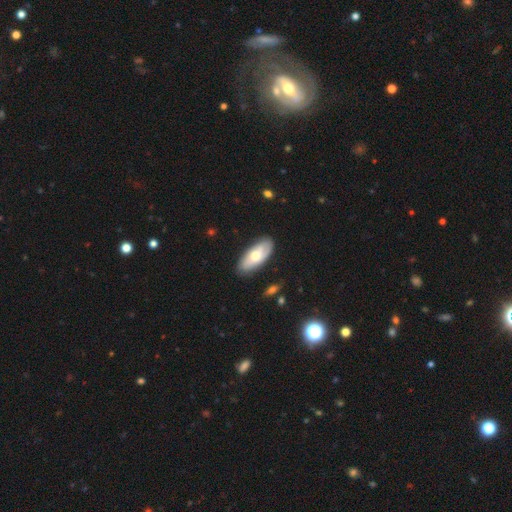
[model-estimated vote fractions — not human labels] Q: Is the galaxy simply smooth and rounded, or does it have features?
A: smooth — 56%.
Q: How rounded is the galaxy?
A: in between — 85%.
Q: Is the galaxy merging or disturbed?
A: none — 80%.